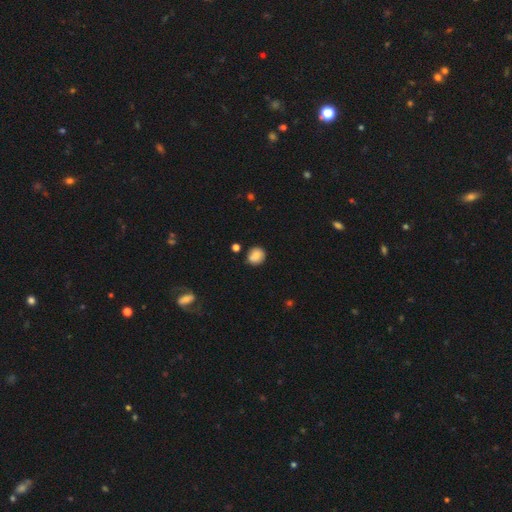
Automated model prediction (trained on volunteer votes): Smooth or featured?
  - smooth: 84% *
  - star or artifact: 9%
  - featured or disk: 7%
How rounded?
  - round: 78% *
  - in between: 21%
  - cigar-shaped: 1%
Merging?
  - none: 77% *
  - minor disturbance: 16%
  - merger: 4%
  - major disturbance: 3%